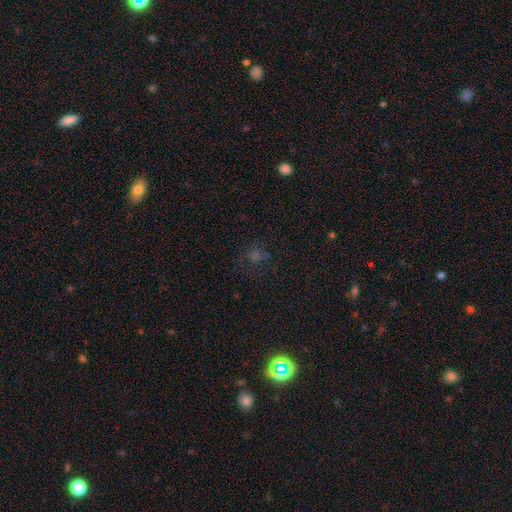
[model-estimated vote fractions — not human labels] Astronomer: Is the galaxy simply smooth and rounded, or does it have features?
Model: star or artifact — 46% (runner-up: smooth, 39%).